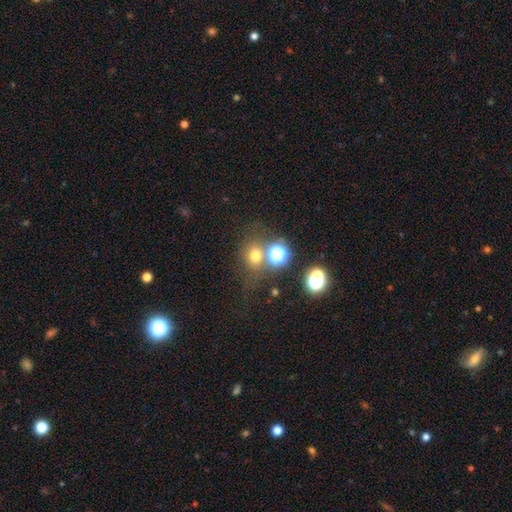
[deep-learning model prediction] smooth_or_featured: smooth (p=0.66) [alt: star or artifact p=0.25]
how_rounded: round (p=0.78) [alt: in between p=0.21]
merging: none (p=0.64) [alt: merger p=0.18]